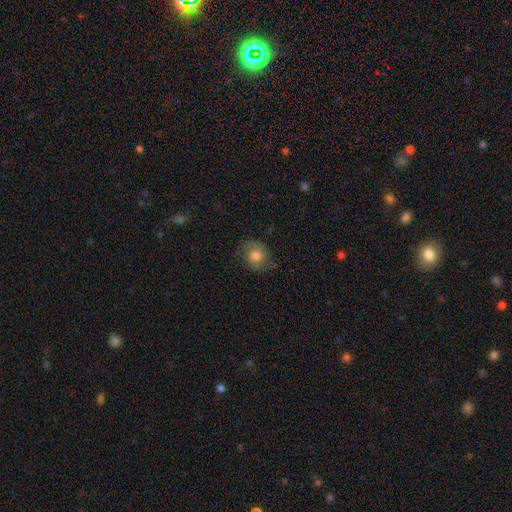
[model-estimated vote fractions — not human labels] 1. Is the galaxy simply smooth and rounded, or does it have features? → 49% featured or disk, 41% smooth, 10% star or artifact.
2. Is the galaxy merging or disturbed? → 67% none, 20% minor disturbance, 11% major disturbance, 1% merger.